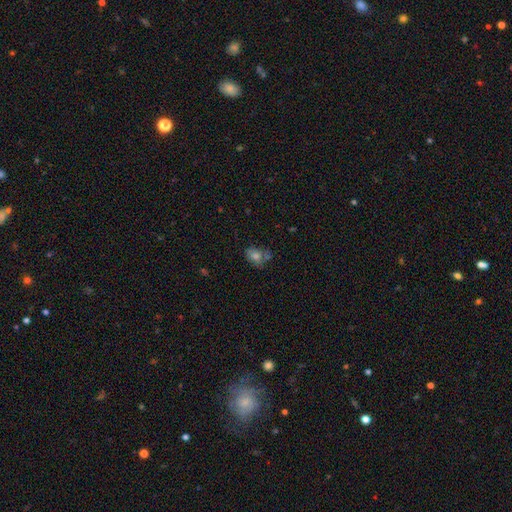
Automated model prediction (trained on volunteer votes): This is likely a smooth galaxy (63%). How rounded: possibly in between (59%). Merging: possibly none (51%).